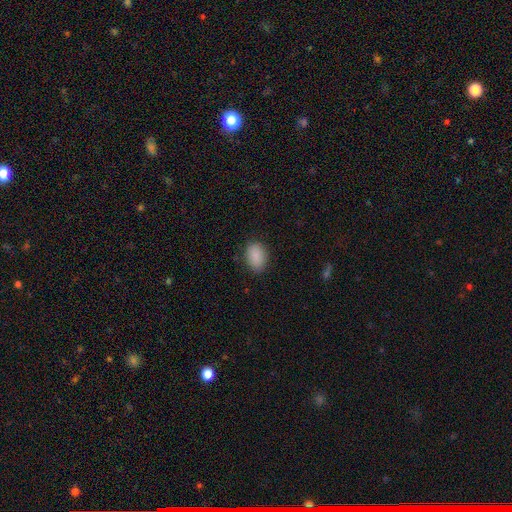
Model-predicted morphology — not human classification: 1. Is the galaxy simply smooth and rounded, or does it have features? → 89% smooth, 7% star or artifact, 4% featured or disk.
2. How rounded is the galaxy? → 83% in between, 16% round, 1% cigar-shaped.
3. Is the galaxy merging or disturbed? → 83% none, 13% minor disturbance, 3% major disturbance, 1% merger.